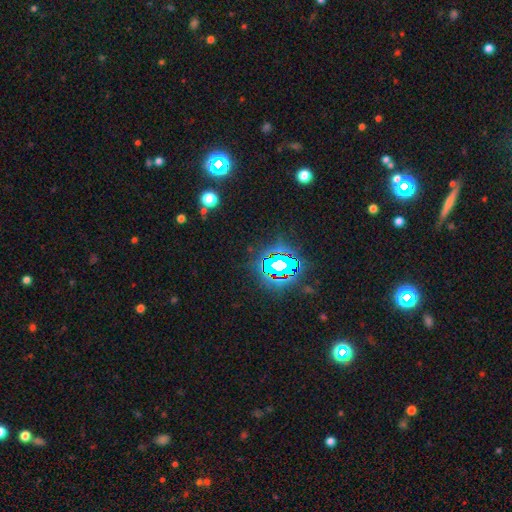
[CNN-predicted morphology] A star or artifact, not a galaxy (82%).

Vote fractions:
- Smooth or featured? star or artifact: 82% / smooth: 11% / featured or disk: 7%